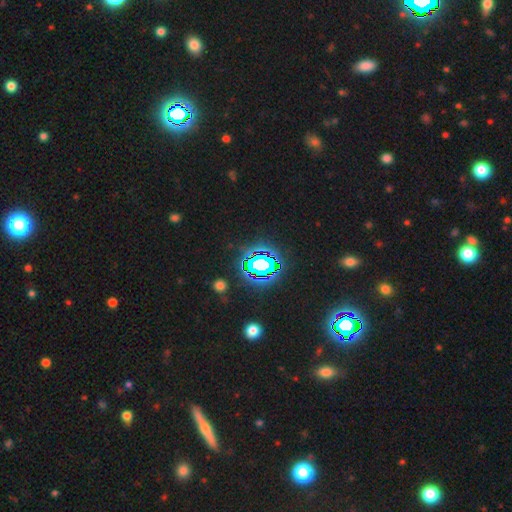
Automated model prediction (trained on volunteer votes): smooth_or_featured: star or artifact (p=0.76) [alt: smooth p=0.14]